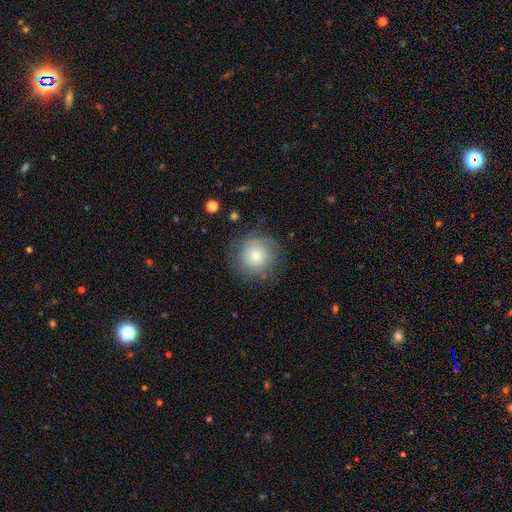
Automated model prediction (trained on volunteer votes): A smooth galaxy with no disk features (69%) that is round (94%). Merging: none (78%).